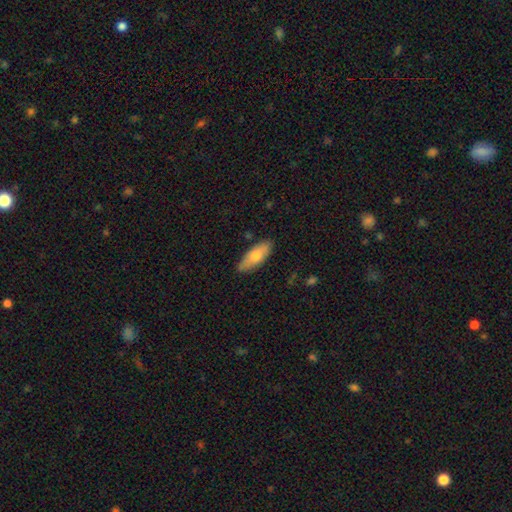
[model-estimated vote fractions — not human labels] Smooth or featured? smooth (69%)
How rounded? in between (74%)
Merging? none (84%)